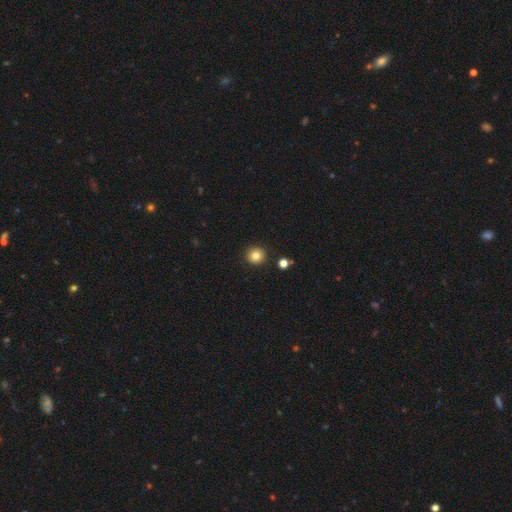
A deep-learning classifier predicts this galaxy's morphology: type=smooth (82%); roundness=round (94%); merging=none (91%).